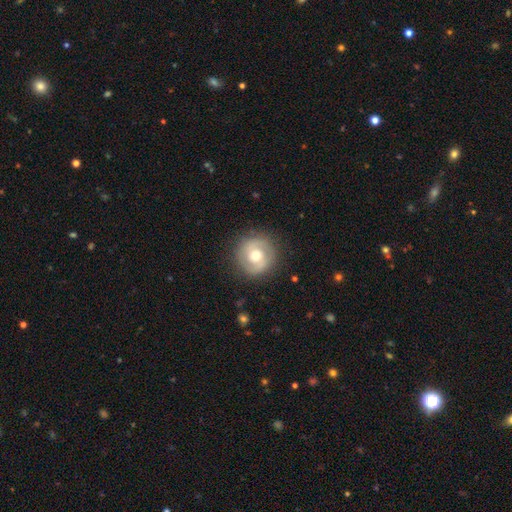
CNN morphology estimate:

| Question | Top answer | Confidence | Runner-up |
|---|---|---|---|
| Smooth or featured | featured or disk | 55% | smooth (38%) |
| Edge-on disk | no | 97% | yes (3%) |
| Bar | no | 59% | weak (32%) |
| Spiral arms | yes | 74% | no (26%) |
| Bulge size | moderate | 72% | small (20%) |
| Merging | none | 85% | minor disturbance (10%) |